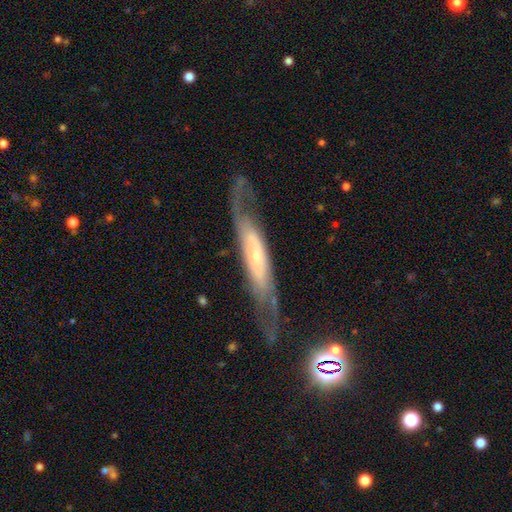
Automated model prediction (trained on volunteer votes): Smooth or featured: featured or disk — 76% (smooth — 17%)
Edge-on disk: no — 63% (yes — 37%)
Merging: none — 62% (minor disturbance — 19%)